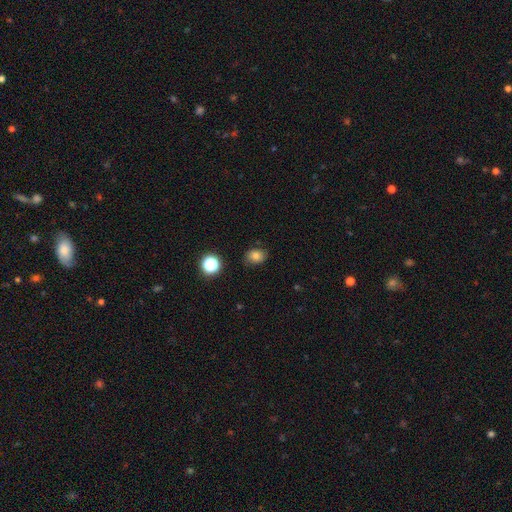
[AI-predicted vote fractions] Smooth or featured: smooth — 75% (star or artifact — 15%)
How rounded: in between — 56% (round — 43%)
Merging: none — 79% (minor disturbance — 16%)